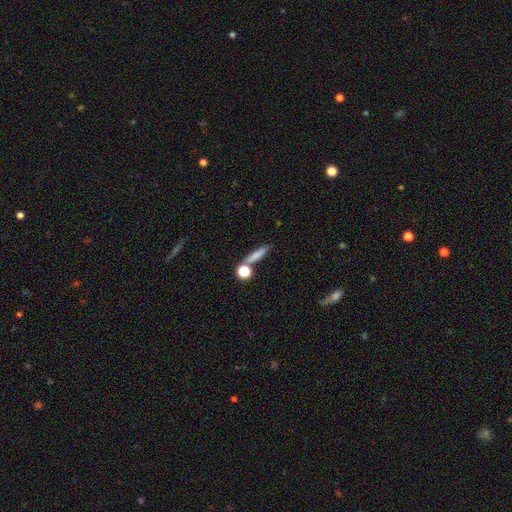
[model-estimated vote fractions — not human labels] This is likely a smooth galaxy (74%). How rounded: likely cigar-shaped (70%). Merging: likely none (69%).